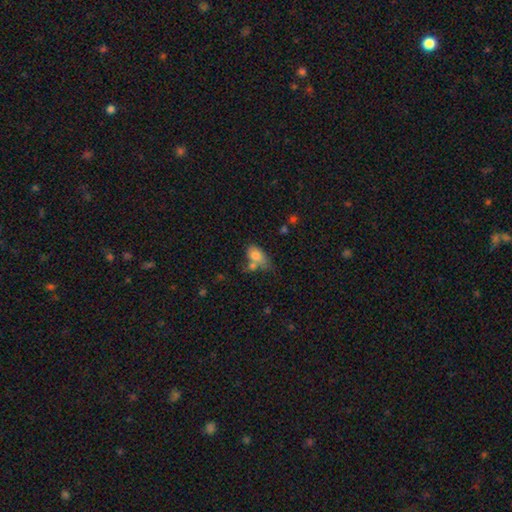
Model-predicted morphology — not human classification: A smooth galaxy with no disk features (77%) that is in between round and cigar-shaped (88%). Merging: merger (37%).